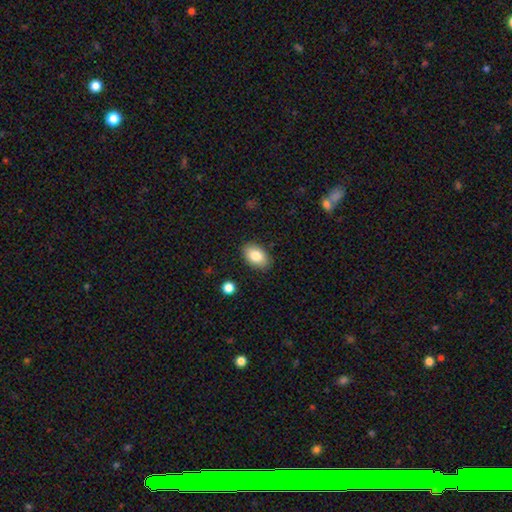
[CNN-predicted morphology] smooth_or_featured: smooth (p=0.84) [alt: featured or disk p=0.09]
how_rounded: in between (p=0.89) [alt: round p=0.10]
merging: none (p=0.87) [alt: minor disturbance p=0.10]